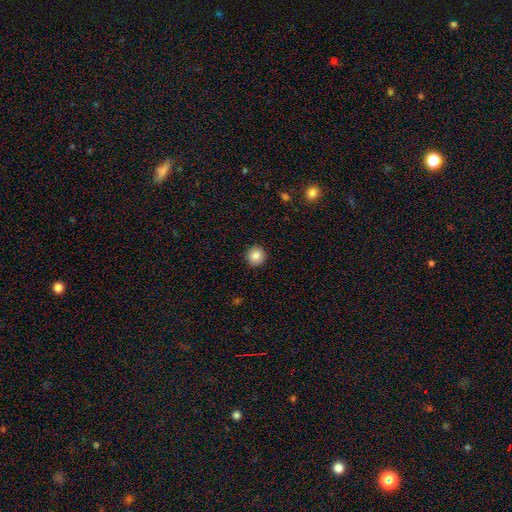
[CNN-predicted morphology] type=smooth (86%); roundness=round (93%); merging=none (92%).